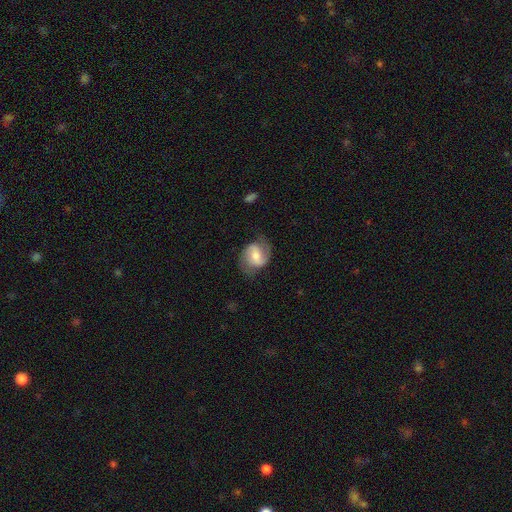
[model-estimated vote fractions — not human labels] Smooth or featured? Predicted: featured or disk (p=0.60). Edge-on disk? Predicted: no (p=0.97). Bar? Predicted: weak (p=0.47). Spiral arms? Predicted: yes (p=0.88). Spiral winding? Predicted: medium (p=0.45). Spiral arm count? Predicted: 2 (p=0.83). Bulge size? Predicted: moderate (p=0.56). Merging? Predicted: none (p=0.64).